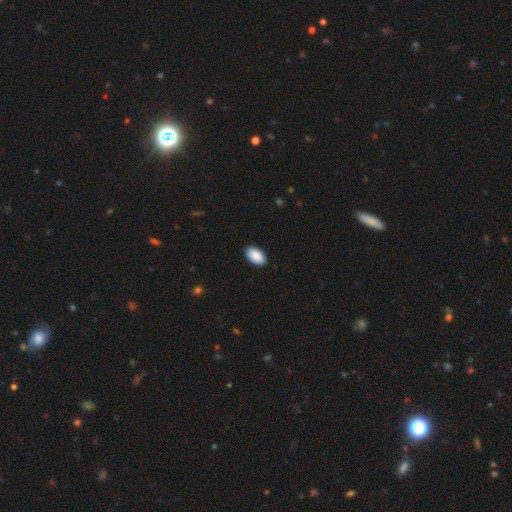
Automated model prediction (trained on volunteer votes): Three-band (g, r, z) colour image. It shows a smooth galaxy with no disk features (91%) that is in between round and cigar-shaped (95%). Merging: none (90%).